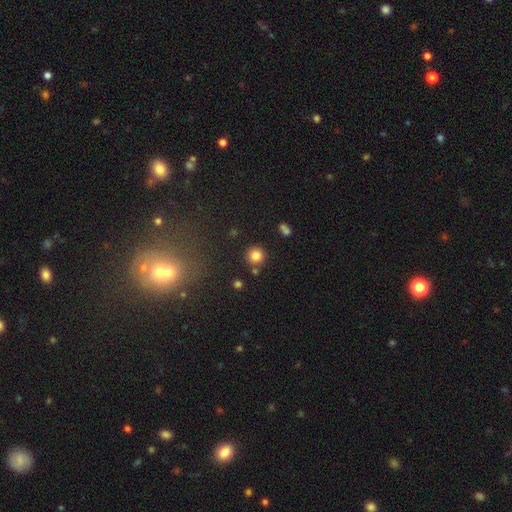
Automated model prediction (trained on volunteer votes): Smooth or featured? smooth (82%)
How rounded? round (94%)
Merging? none (82%)